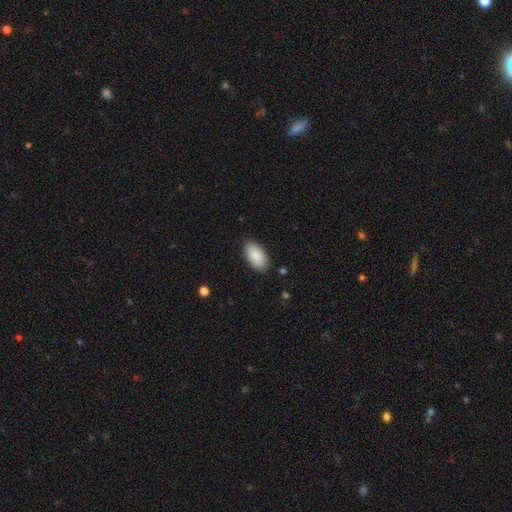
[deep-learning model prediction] smooth 89%, star or artifact 6%, featured or disk 5%. Down the decision tree: how rounded — in between (95%); merging — none (86%).